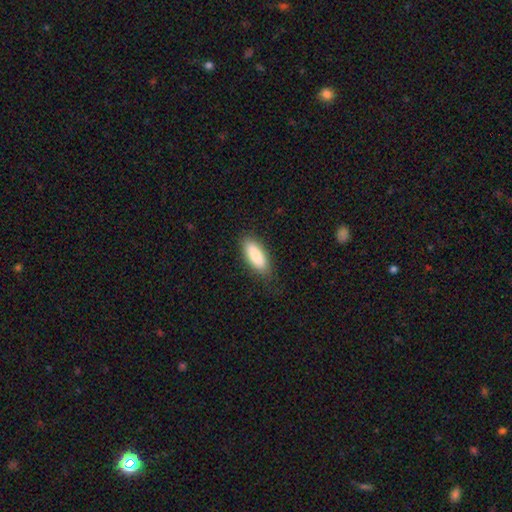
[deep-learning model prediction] smooth 85%, featured or disk 9%, star or artifact 6%. Down the decision tree: how rounded — in between (74%); merging — none (82%).